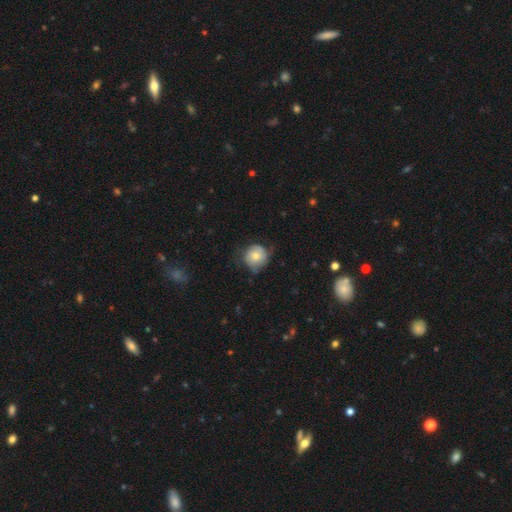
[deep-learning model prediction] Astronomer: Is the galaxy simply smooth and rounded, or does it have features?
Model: smooth — 60%.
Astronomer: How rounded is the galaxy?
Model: round — 87%.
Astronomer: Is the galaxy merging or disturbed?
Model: none — 56%.